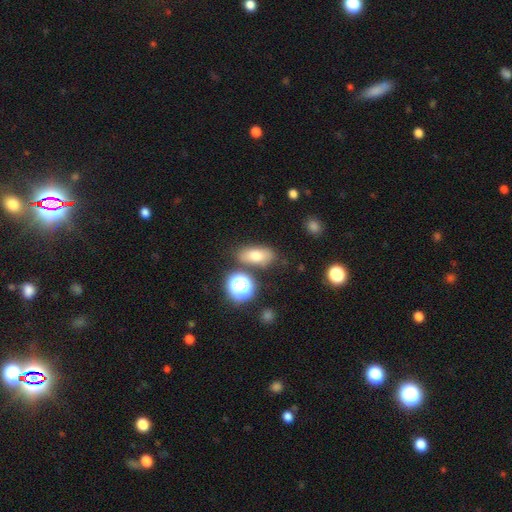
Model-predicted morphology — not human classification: smooth-or-featured: smooth: 71% | star or artifact: 15% | featured or disk: 14%
  how-rounded: in between: 78% | round: 13% | cigar-shaped: 9%
  merging: none: 79% | minor disturbance: 11% | merger: 7% | major disturbance: 4%